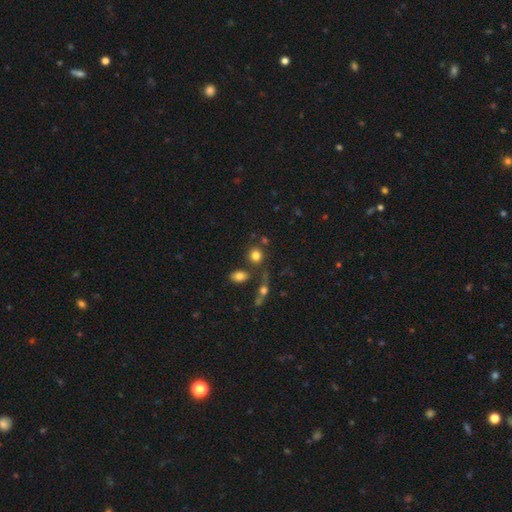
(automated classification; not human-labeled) Overall: smooth (80%). How rounded: round (78%). Merging: none (70%).